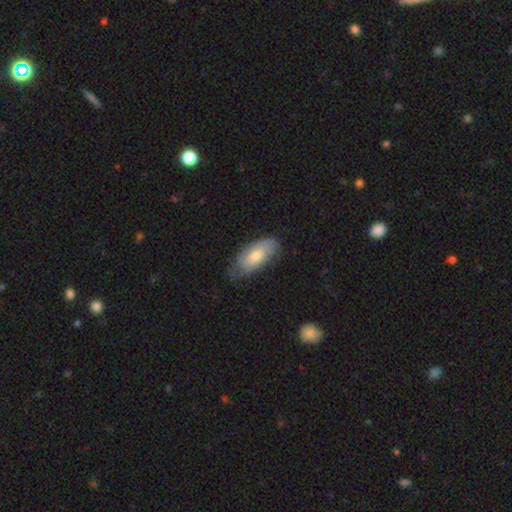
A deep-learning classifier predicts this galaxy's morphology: smooth 57%, featured or disk 37%, star or artifact 6%. Down the decision tree: how rounded — in between (87%); merging — none (63%).